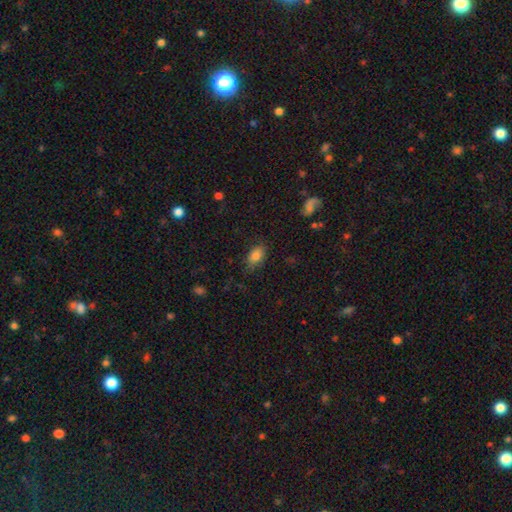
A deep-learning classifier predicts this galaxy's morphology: This is clearly a smooth galaxy (82%). How rounded: clearly in between (88%). Merging: likely none (77%).